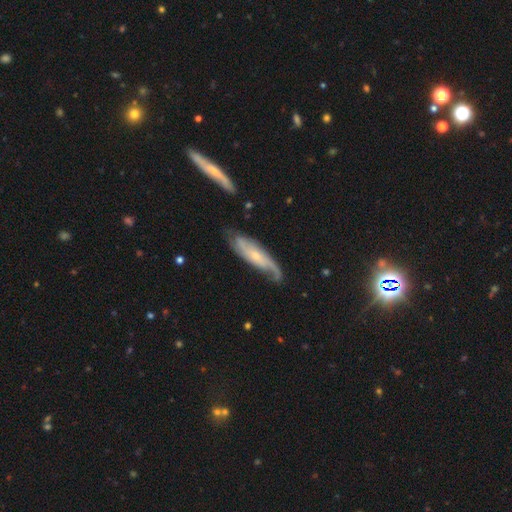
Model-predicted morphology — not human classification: This appears to be a featured or disk galaxy (72%) with no bar (67%), 2 (64%) medium (39%) spiral arms (92%) and a small central bulge (69%). Merging: none (61%).